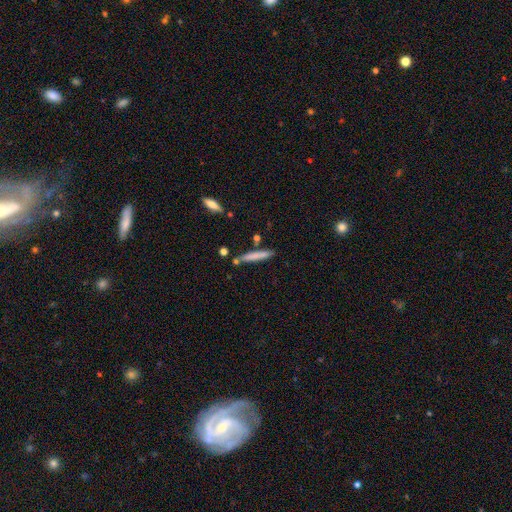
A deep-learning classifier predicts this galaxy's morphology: This appears to be a smooth galaxy with no disk features (73%) that is cigar-shaped (94%). Merging: none (77%).